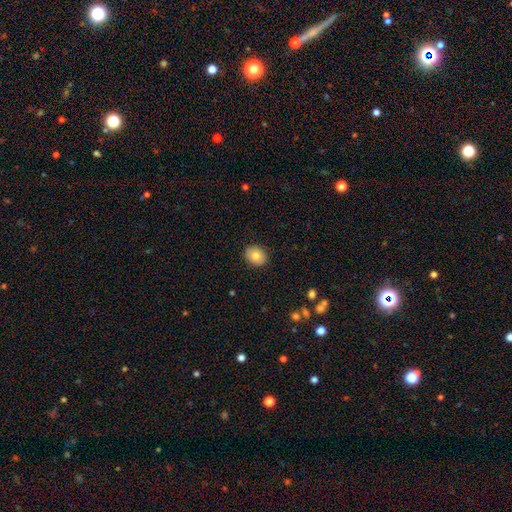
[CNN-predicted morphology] Overall: smooth (79%). How rounded: round (59%; in between 41%). Merging: none (89%).